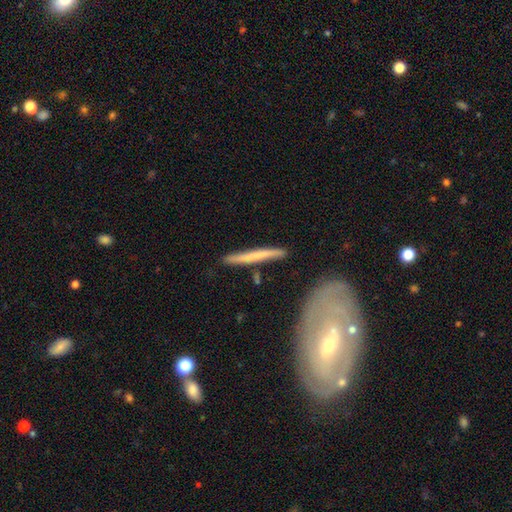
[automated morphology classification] This appears to be a smooth galaxy with no disk features (52%) that is cigar-shaped (96%). Merging: none (85%).